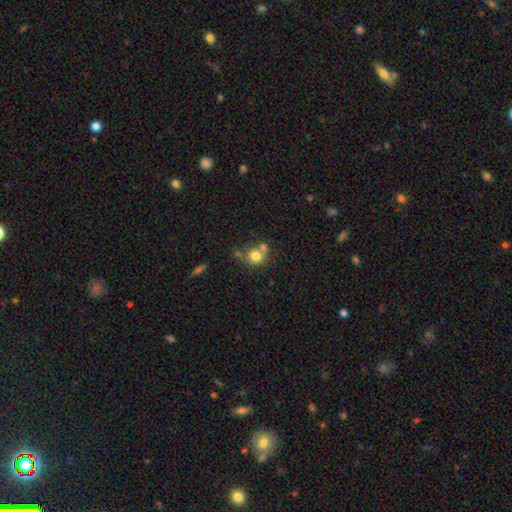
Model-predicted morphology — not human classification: Smooth or featured?
  - smooth: 77% *
  - featured or disk: 12%
  - star or artifact: 11%
How rounded?
  - round: 86% *
  - in between: 13%
  - cigar-shaped: 1%
Merging?
  - none: 52% *
  - merger: 35%
  - minor disturbance: 10%
  - major disturbance: 4%